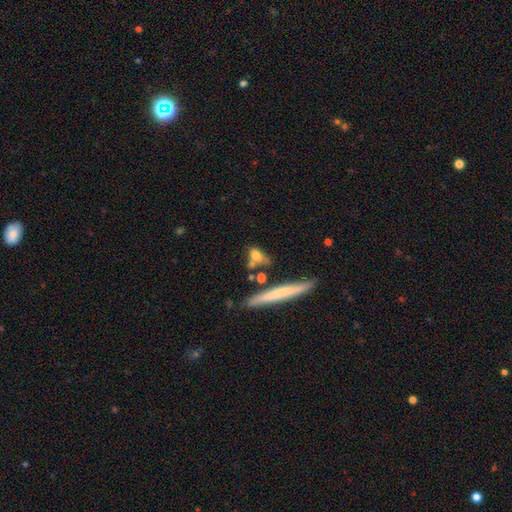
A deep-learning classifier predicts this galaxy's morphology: smooth_or_featured: smooth (p=0.71) [alt: featured or disk p=0.20]
how_rounded: in between (p=0.46) [alt: cigar-shaped p=0.37]
merging: none (p=0.50) [alt: merger p=0.20]